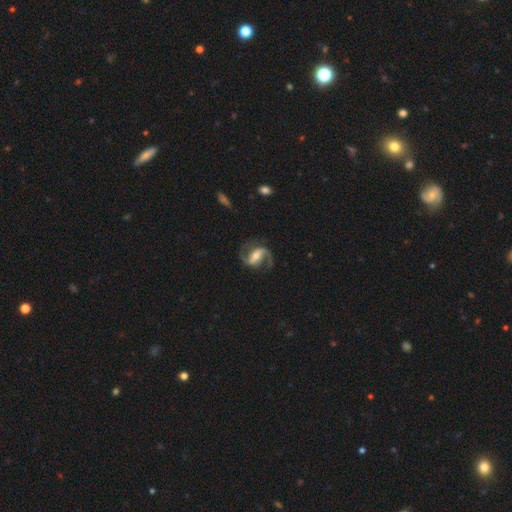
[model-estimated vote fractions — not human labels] Smooth or featured: featured or disk — 89% (smooth — 6%)
Edge-on disk: no — 97% (yes — 3%)
Bar: strong — 50% (weak — 34%)
Spiral arms: yes — 97% (no — 3%)
Spiral winding: medium — 48% (loose — 41%)
Spiral arm count: 2 — 90% (1 — 5%)
Bulge size: moderate — 56% (small — 34%)
Merging: none — 76% (minor disturbance — 13%)